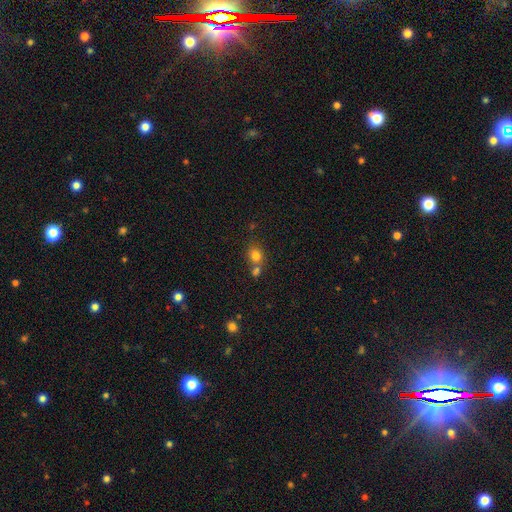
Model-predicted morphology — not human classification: type=smooth (79%); roundness=round (72%); merging=none (52%).